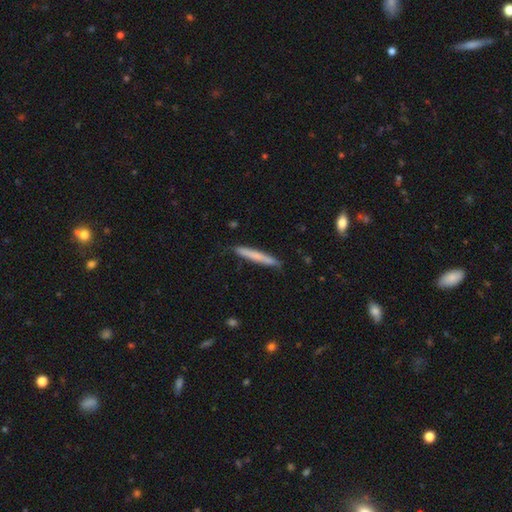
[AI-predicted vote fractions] Smooth or featured? smooth (68%)
How rounded? cigar-shaped (96%)
Merging? none (86%)